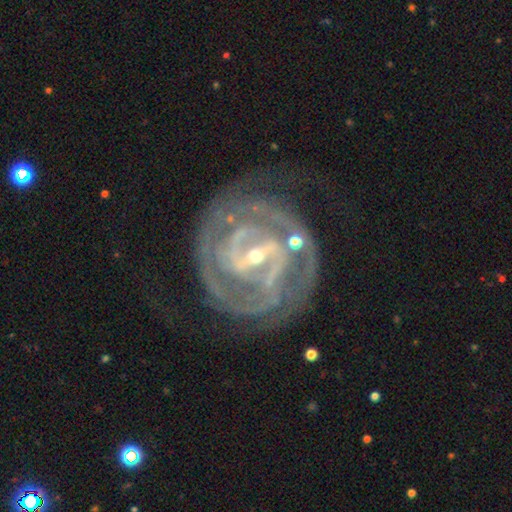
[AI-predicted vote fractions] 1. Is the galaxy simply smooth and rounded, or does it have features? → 90% featured or disk, 6% star or artifact, 5% smooth.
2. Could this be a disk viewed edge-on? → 96% no, 4% yes.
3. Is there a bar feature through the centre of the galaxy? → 57% strong, 32% weak, 11% no.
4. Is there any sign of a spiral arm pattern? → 96% yes, 4% no.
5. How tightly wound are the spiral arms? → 74% tight, 22% medium, 4% loose.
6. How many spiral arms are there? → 43% 2, 20% can't tell, 18% 3, 9% 4, 5% more than 4, 5% 1.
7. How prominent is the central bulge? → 71% small, 25% moderate, 2% large, 2% none, 1% dominant.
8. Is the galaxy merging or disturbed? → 68% none, 17% minor disturbance, 11% major disturbance, 3% merger.